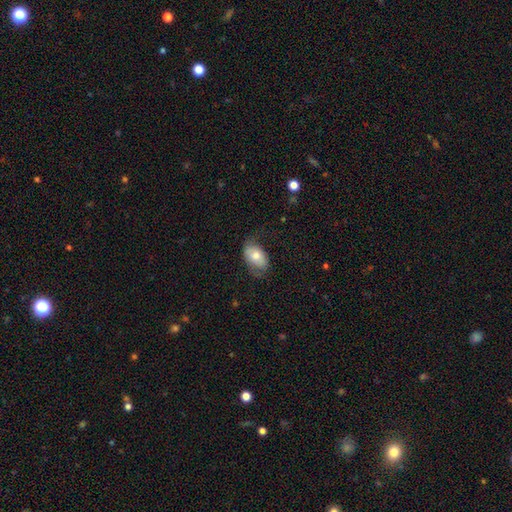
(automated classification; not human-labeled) Smooth or featured? smooth (70%)
How rounded? in between (91%)
Merging? none (60%)